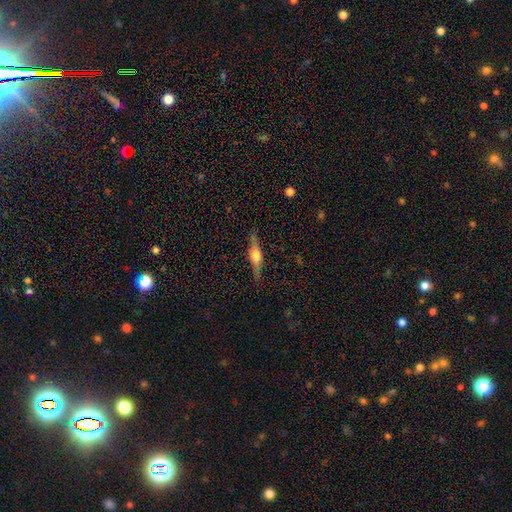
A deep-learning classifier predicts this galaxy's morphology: A featured or disk galaxy (72%) viewed edge-on (97%) with a rounded central bulge (93%).

Vote fractions:
- Smooth or featured? featured or disk: 72% / smooth: 21% / star or artifact: 7%
- Edge-on disk? yes: 97% / no: 3%
- Edge-on bulge? rounded: 93% / boxy: 5% / none: 2%
- Merging? none: 88% / minor disturbance: 9% / major disturbance: 2% / merger: 1%